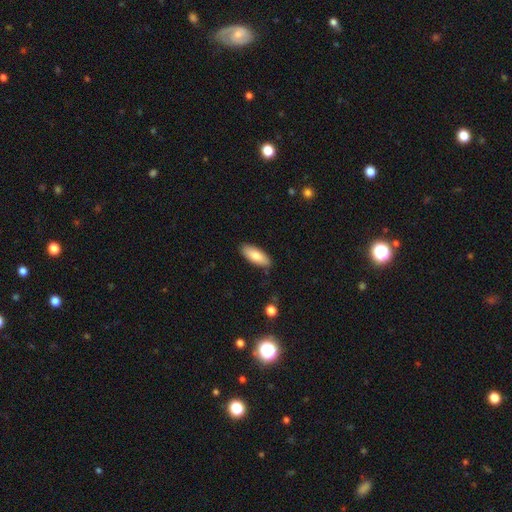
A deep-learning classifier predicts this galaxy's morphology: The model was most divided on "how rounded": in between: 79%, cigar-shaped: 19%, round: 2%. More confident: merging — none (85%); smooth or featured — smooth (79%).